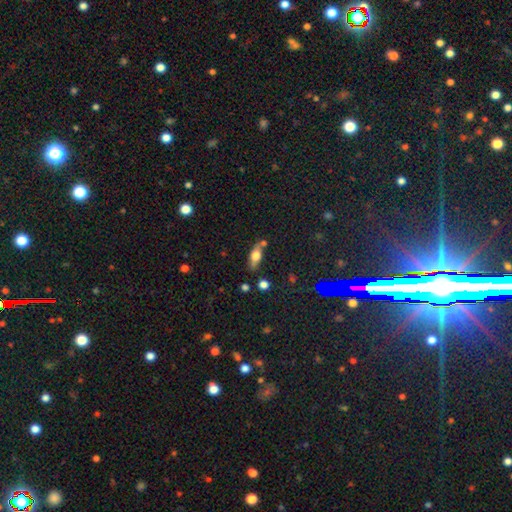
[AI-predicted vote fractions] smooth 56%, featured or disk 35%, star or artifact 9%. Down the decision tree: how rounded — in between (66%); merging — none (70%).